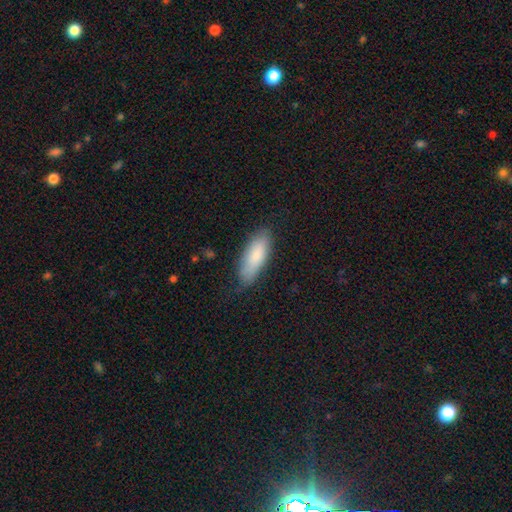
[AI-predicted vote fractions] smooth_or_featured: smooth (p=0.82) [alt: featured or disk p=0.12]
how_rounded: in between (p=0.69) [alt: cigar-shaped p=0.29]
merging: none (p=0.75) [alt: minor disturbance p=0.19]